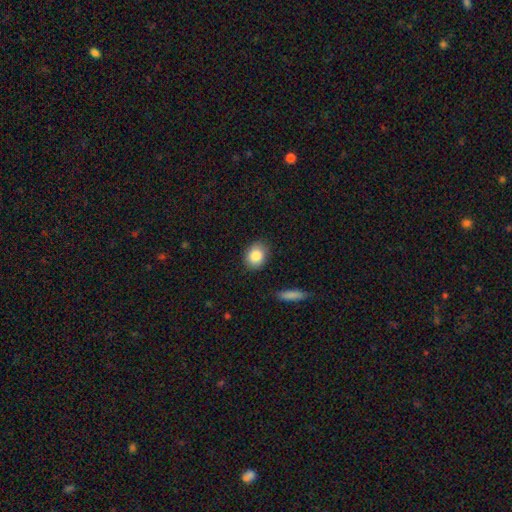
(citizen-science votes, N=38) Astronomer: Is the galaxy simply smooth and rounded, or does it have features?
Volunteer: smooth — 84%.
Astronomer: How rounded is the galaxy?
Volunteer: round — 56% (runner-up: in between, 34%).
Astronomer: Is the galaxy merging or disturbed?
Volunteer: none — 80%.